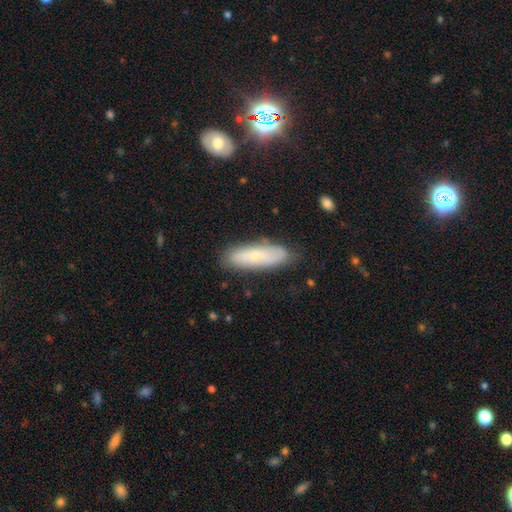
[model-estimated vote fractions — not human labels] This is likely a smooth galaxy (61%). How rounded: possibly cigar-shaped (52%). Merging: clearly none (80%).